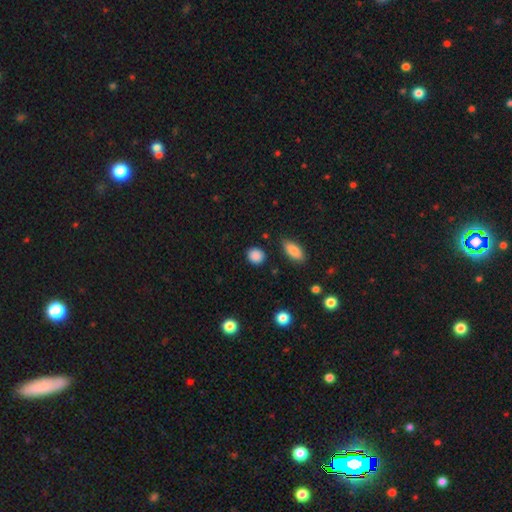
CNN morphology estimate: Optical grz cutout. It shows a smooth galaxy with no disk features (88%) that is round (79%). Merging: none (85%).